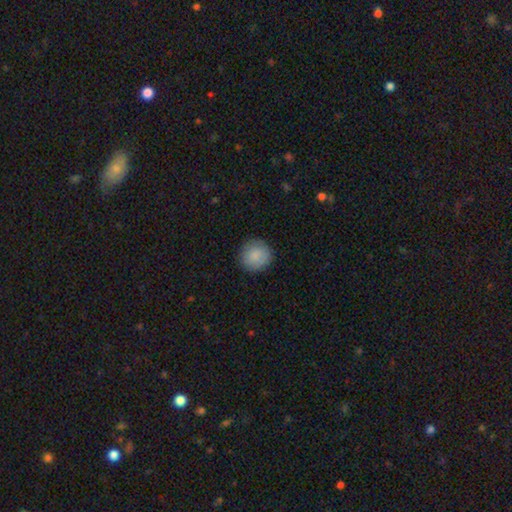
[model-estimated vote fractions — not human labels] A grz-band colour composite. It shows a smooth galaxy with no disk features (87%) that is round (92%). Merging: none (87%).